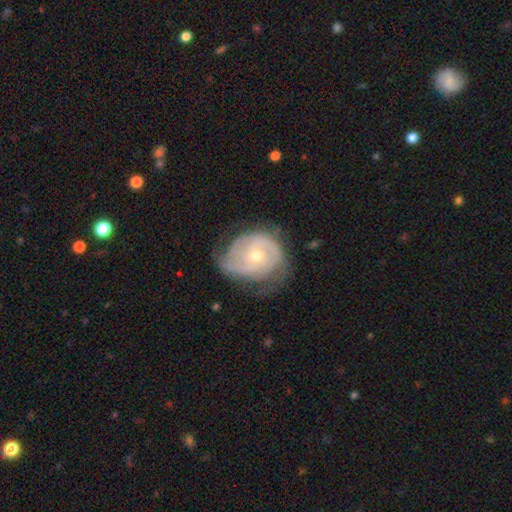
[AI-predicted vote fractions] A featured or disk galaxy (80%) with no bar (67%), 2 (40%) tight (59%) spiral arms (92%) and a moderate central bulge (50%). Merging: none (57%).